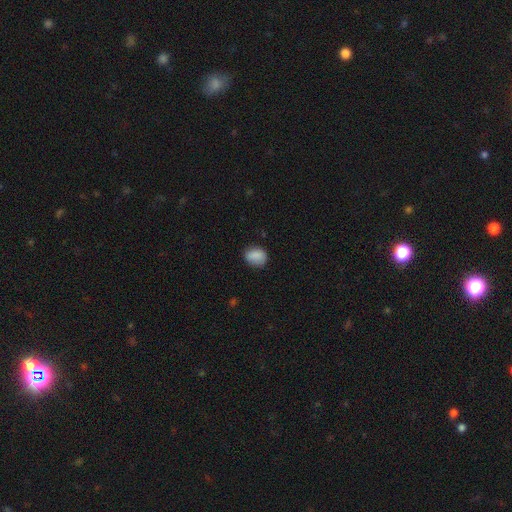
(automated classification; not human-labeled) This appears to be a smooth galaxy with no disk features (86%) that is in between round and cigar-shaped (55%). Merging: none (76%).